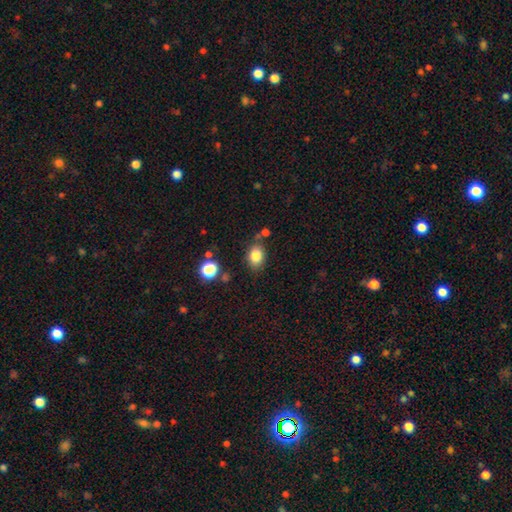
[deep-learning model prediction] Q: Smooth or featured?
A: smooth (83%); runner-up: star or artifact (10%)
Q: How rounded?
A: in between (70%); runner-up: round (28%)
Q: Merging?
A: none (72%); runner-up: minor disturbance (16%)